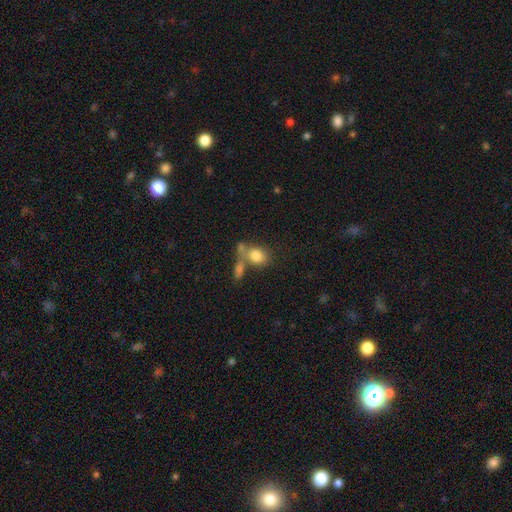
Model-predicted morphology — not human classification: Overall: smooth (79%). How rounded: in between (59%; round 39%). Merging: merger (40%, tied with none).